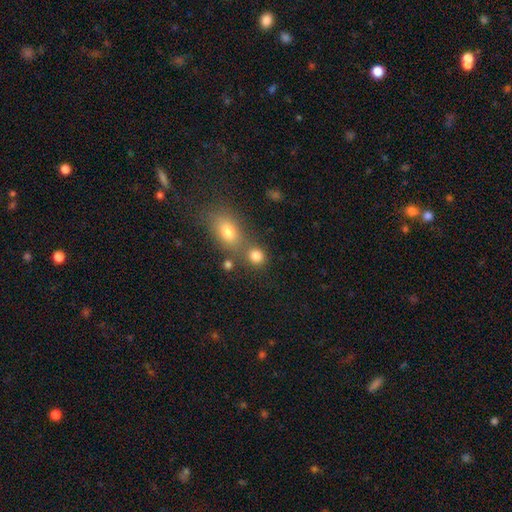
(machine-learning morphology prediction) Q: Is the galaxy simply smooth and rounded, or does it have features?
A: smooth — 81%.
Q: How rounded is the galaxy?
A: round — 77%.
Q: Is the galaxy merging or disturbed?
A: none — 60%.